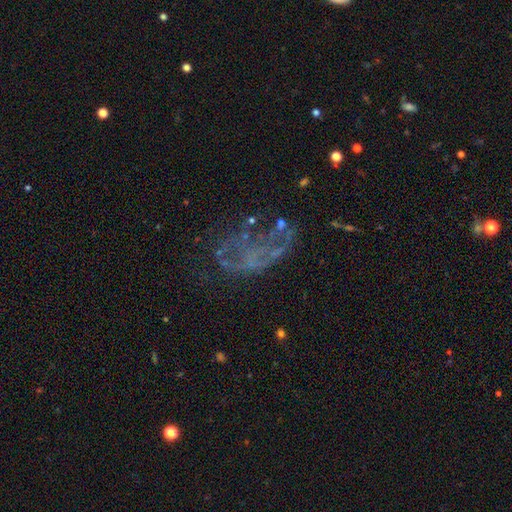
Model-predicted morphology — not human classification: A featured or disk galaxy (55%) with no bar (91%), no spiral arms (84%) and no central bulge (84%). Merging: none (42%).